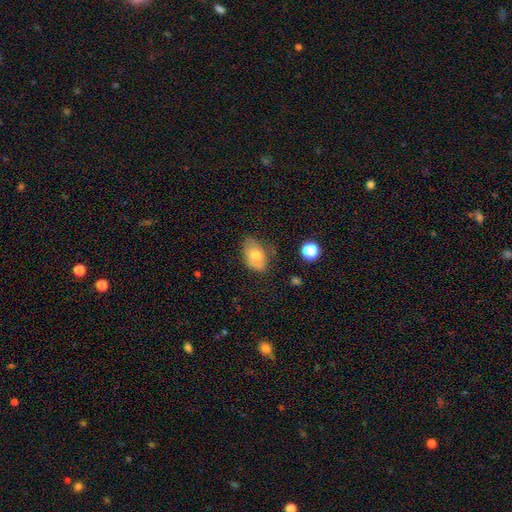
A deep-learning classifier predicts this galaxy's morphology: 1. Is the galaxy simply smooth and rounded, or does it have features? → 66% smooth, 26% featured or disk, 9% star or artifact.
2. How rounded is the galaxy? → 86% in between, 12% round, 2% cigar-shaped.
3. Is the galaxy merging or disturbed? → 59% none, 31% minor disturbance, 8% major disturbance, 2% merger.